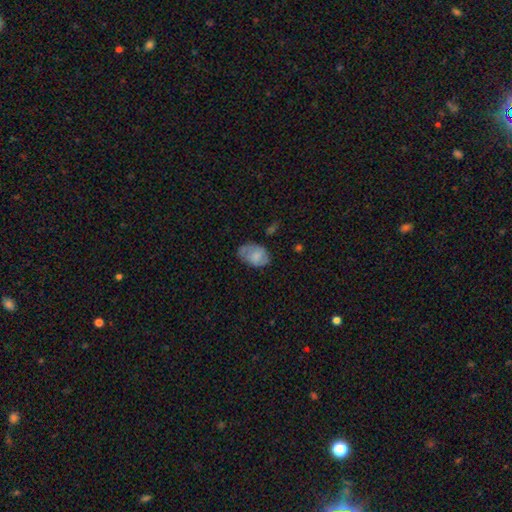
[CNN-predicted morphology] smooth 70%, featured or disk 23%, star or artifact 7%. Down the decision tree: how rounded — in between (85%); merging — none (54%).